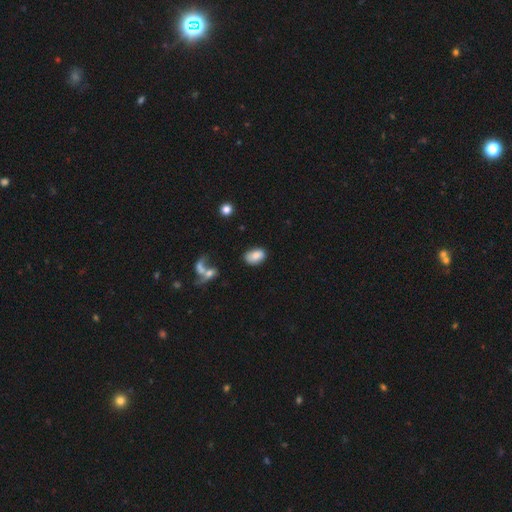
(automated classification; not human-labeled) Overall: smooth (80%). How rounded: in between (86%). Merging: none (74%).